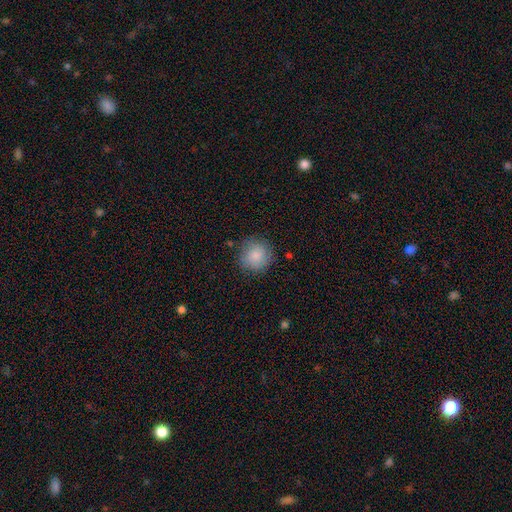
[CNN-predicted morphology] Smooth or featured? Predicted: smooth (p=0.86). How rounded? Predicted: round (p=0.92). Merging? Predicted: none (p=0.83).